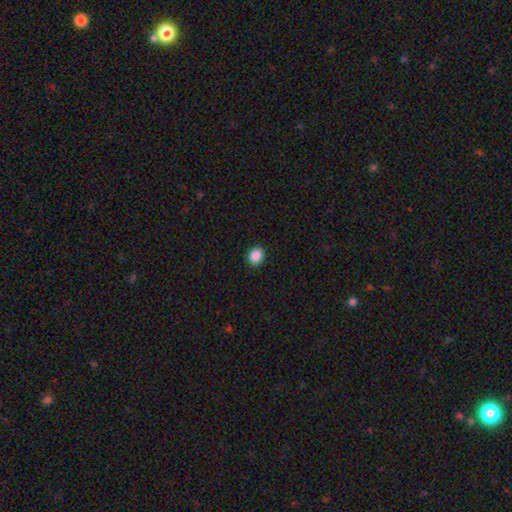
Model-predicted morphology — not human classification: smooth-or-featured: smooth: 88% | star or artifact: 9% | featured or disk: 3%
  how-rounded: round: 65% | in between: 34% | cigar-shaped: 1%
  merging: none: 91% | minor disturbance: 6% | major disturbance: 2% | merger: 1%